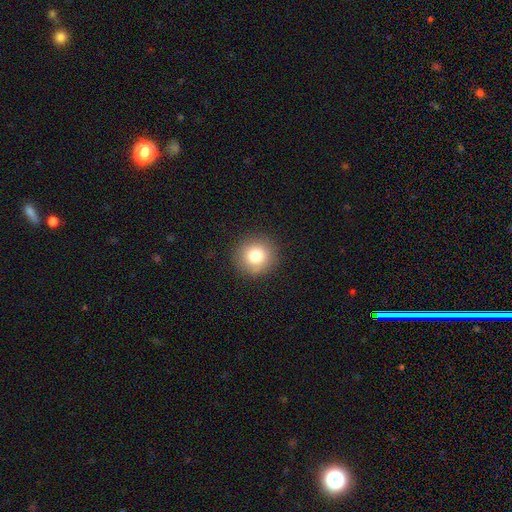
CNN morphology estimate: smooth_or_featured: smooth (p=0.81) [alt: star or artifact p=0.11]
how_rounded: round (p=0.93) [alt: in between p=0.06]
merging: none (p=0.90) [alt: minor disturbance p=0.07]